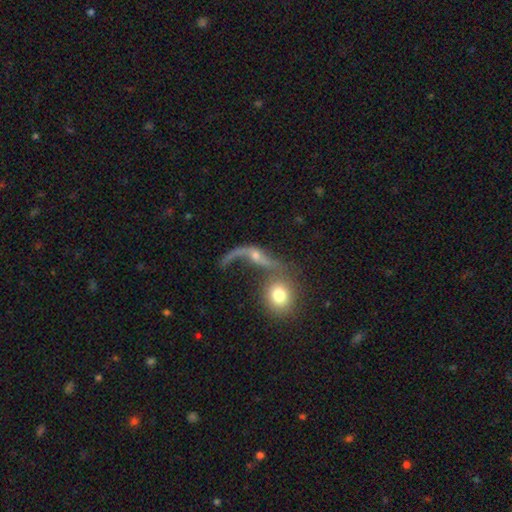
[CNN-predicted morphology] This is possibly a featured or disk galaxy (58%). It is likely not viewed edge-on (77%). Merging: marginally merger (37%).